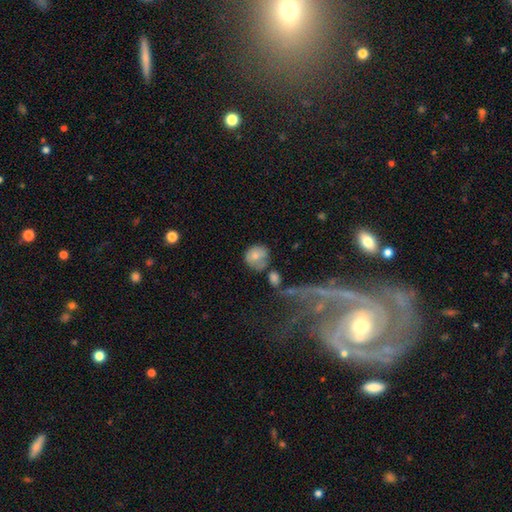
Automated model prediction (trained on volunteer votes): A smooth galaxy with no disk features (73%) that is round (72%). Merging: none (47%).